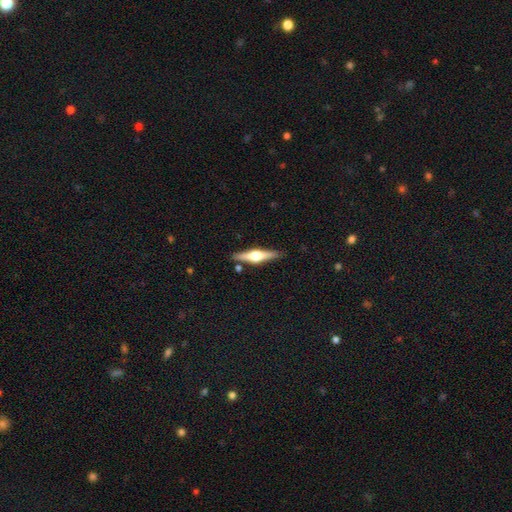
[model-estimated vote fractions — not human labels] featured or disk 72%, smooth 23%, star or artifact 5%. Down the decision tree: edge-on disk — yes (97%); edge-on bulge — rounded (95%); merging — none (87%).